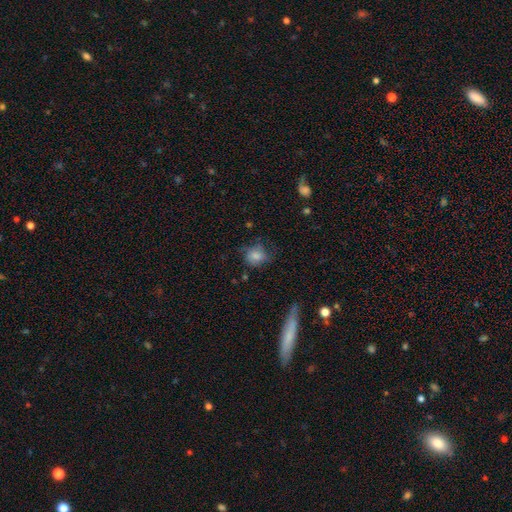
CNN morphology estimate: Overall: smooth (76%). How rounded: round (66%; in between 32%). Merging: none (59%; minor disturbance 25%).